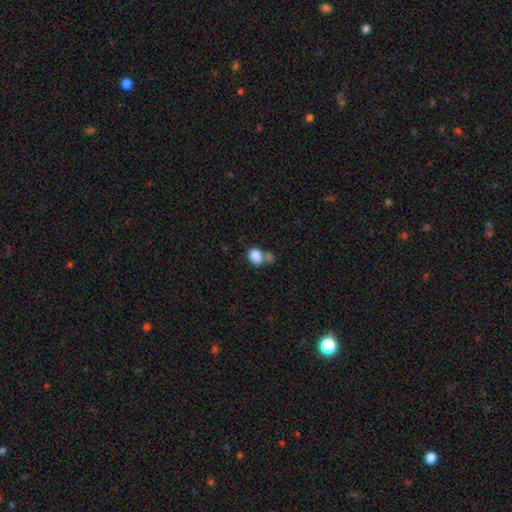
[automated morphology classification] The model was most divided on "merging": merger: 43%, none: 37%, minor disturbance: 13%, major disturbance: 6%. More confident: smooth or featured — smooth (85%); how rounded — in between (62%).